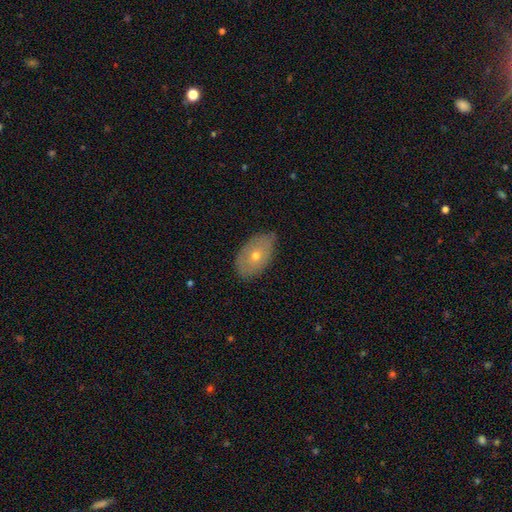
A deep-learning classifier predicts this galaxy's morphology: This is possibly a smooth galaxy (56%). How rounded: clearly in between (89%). Merging: likely none (77%).